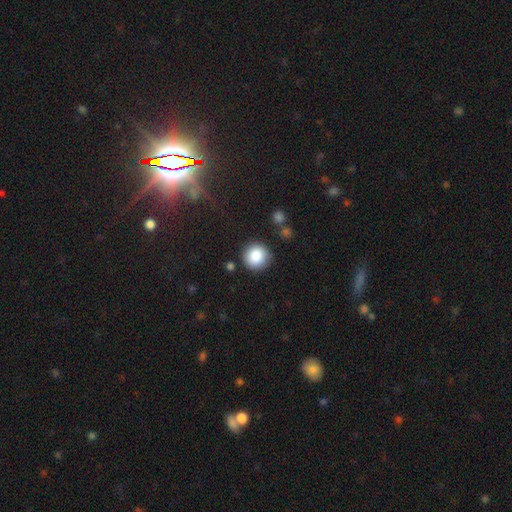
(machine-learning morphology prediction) A smooth galaxy with no disk features (86%) that is round (93%).

Vote fractions:
- Smooth or featured? smooth: 86% / star or artifact: 9% / featured or disk: 5%
- How rounded? round: 93% / in between: 6% / cigar-shaped: 1%
- Merging? none: 87% / minor disturbance: 8% / merger: 3% / major disturbance: 3%